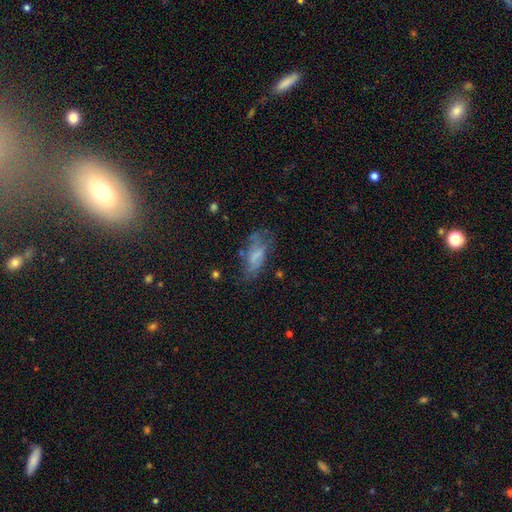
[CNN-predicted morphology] This appears to be a smooth galaxy with no disk features (52%) that is in between round and cigar-shaped (78%). Merging: none (45%).